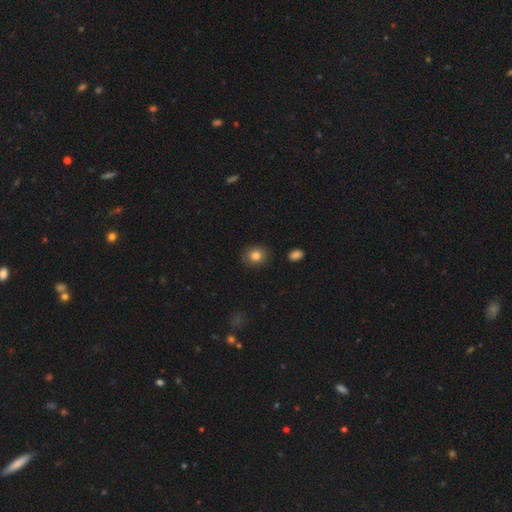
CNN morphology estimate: Overall: smooth (84%). How rounded: round (71%). Merging: none (87%).